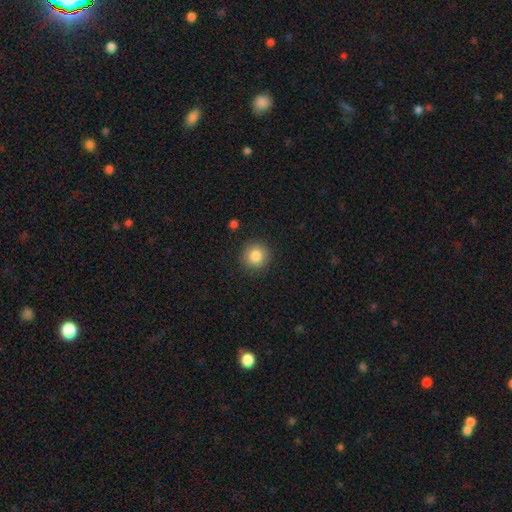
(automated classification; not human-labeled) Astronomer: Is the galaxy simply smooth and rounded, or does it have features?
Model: smooth — 84%.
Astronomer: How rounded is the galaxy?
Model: round — 94%.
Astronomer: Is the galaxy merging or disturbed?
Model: none — 89%.